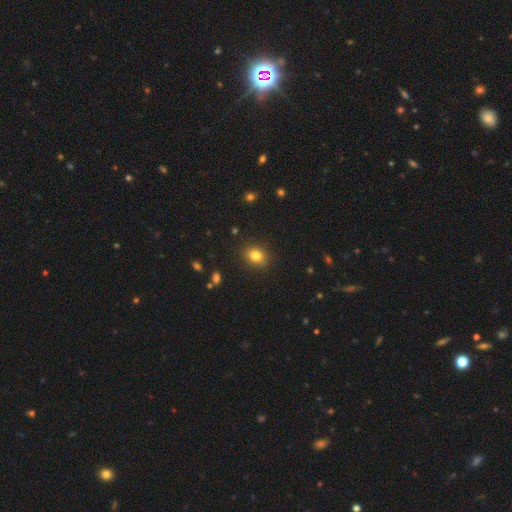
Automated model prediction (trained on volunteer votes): Morphology: type=smooth (82%); roundness=round (53%); merging=none (88%).